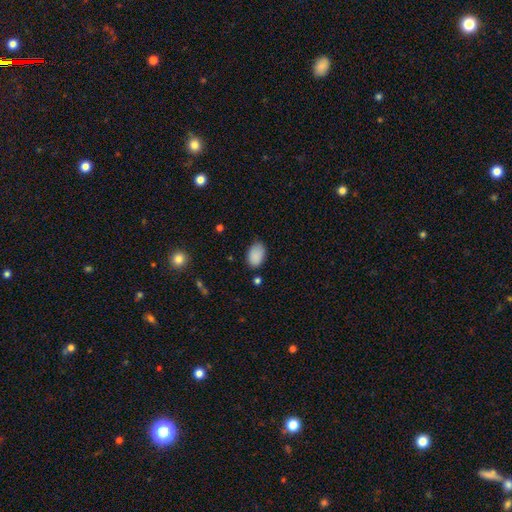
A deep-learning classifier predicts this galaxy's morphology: Smooth or featured? smooth (89%)
How rounded? in between (88%)
Merging? none (74%)